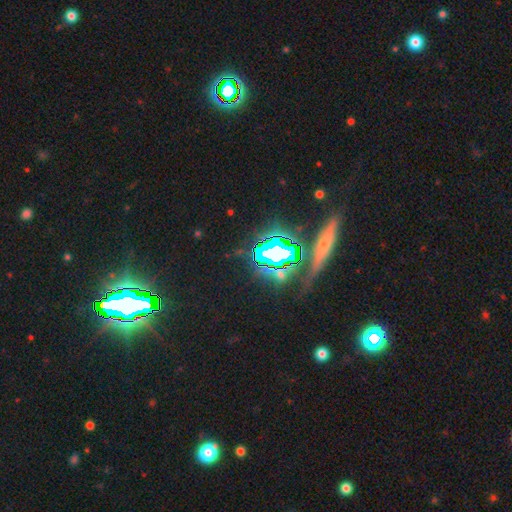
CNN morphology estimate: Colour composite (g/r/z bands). It shows a star or artifact, not a galaxy (74%).